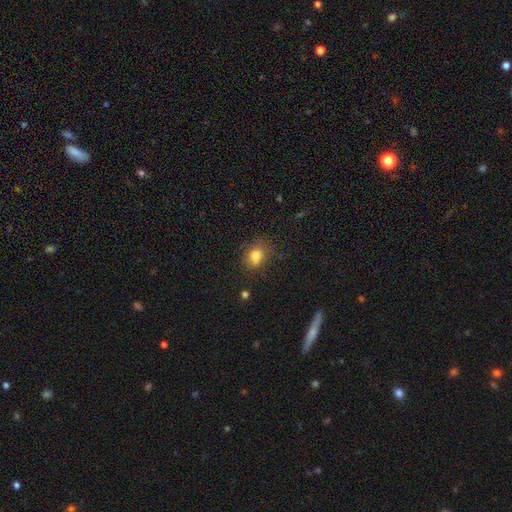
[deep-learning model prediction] This is likely a smooth galaxy (78%). How rounded: possibly round (51%). Merging: likely none (64%).